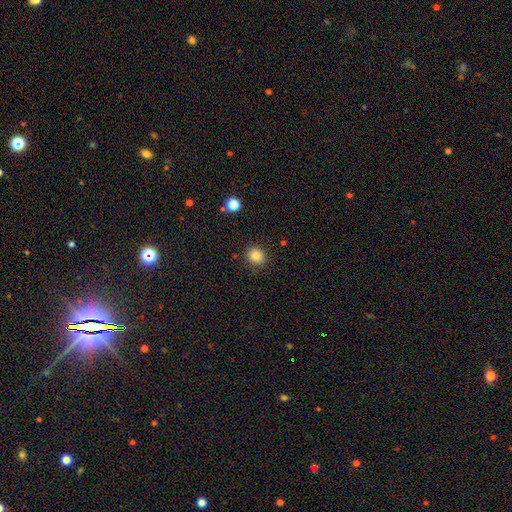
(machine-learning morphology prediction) Q: Smooth or featured?
A: smooth (85%); runner-up: star or artifact (11%)
Q: How rounded?
A: round (86%); runner-up: in between (13%)
Q: Merging?
A: none (88%); runner-up: minor disturbance (8%)